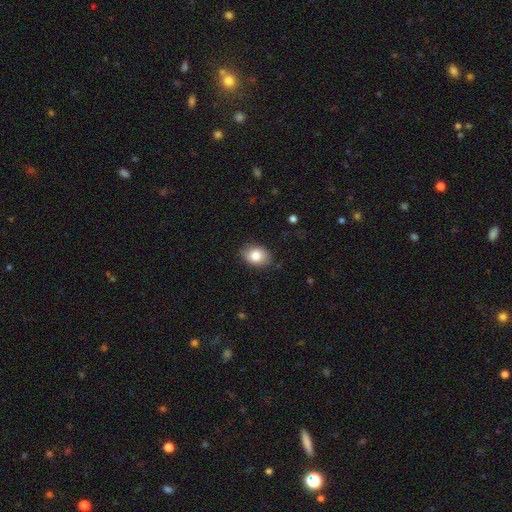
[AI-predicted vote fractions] This is clearly a smooth galaxy (83%). How rounded: likely in between (77%). Merging: clearly none (84%).